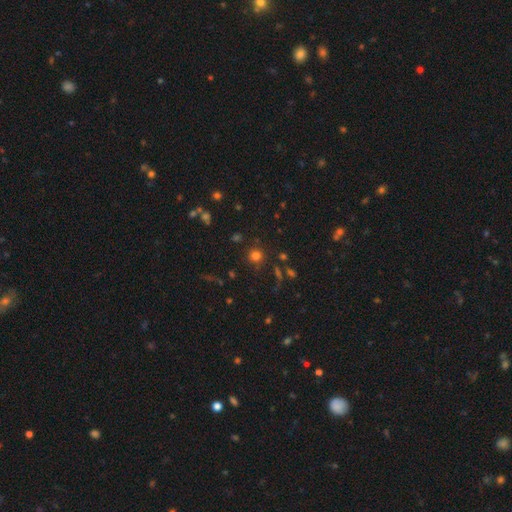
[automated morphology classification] Smooth or featured? Predicted: smooth (p=0.75). How rounded? Predicted: round (p=0.91). Merging? Predicted: none (p=0.85).